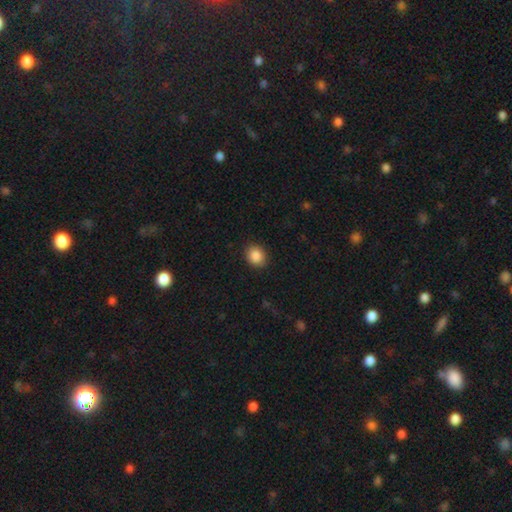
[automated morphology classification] Overall: smooth (88%). How rounded: round (65%; in between 34%). Merging: none (90%).